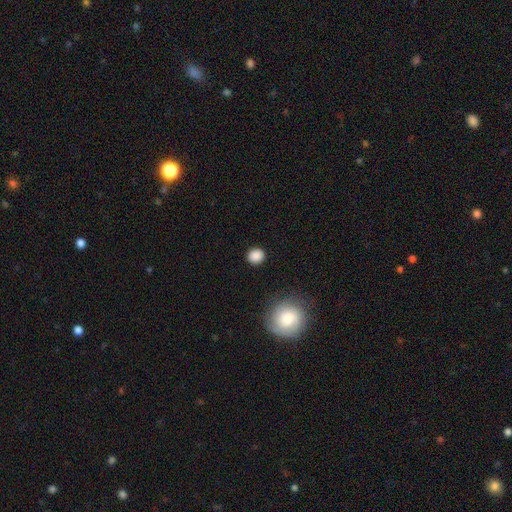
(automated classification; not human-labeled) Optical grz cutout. It shows a smooth galaxy with no disk features (87%) that is round (84%). Merging: none (89%).